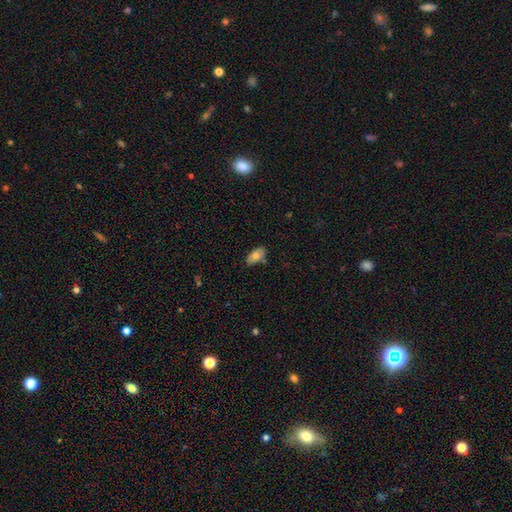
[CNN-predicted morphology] Smooth or featured?
  - smooth: 77% *
  - featured or disk: 16%
  - star or artifact: 7%
How rounded?
  - in between: 93% *
  - cigar-shaped: 4%
  - round: 3%
Merging?
  - none: 79% *
  - minor disturbance: 15%
  - merger: 3%
  - major disturbance: 2%